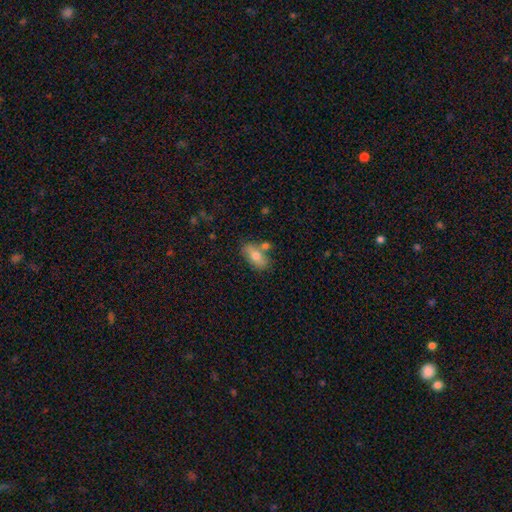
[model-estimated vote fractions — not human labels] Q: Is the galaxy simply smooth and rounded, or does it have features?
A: smooth — 72%.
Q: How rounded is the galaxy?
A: in between — 88%.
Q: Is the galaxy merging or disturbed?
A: none — 64%.